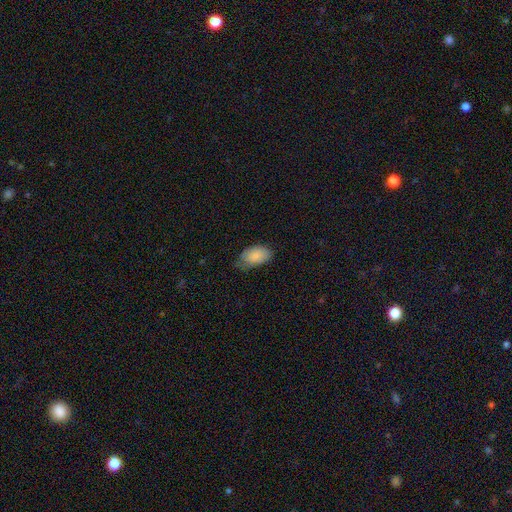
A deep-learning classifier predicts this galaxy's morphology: A smooth galaxy with no disk features (84%) that is in between round and cigar-shaped (94%). Merging: none (51%).